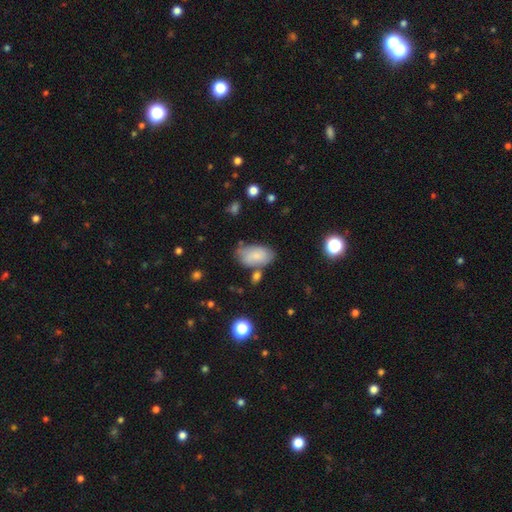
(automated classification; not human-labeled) Smooth or featured? smooth (75%)
How rounded? in between (94%)
Merging? none (61%)